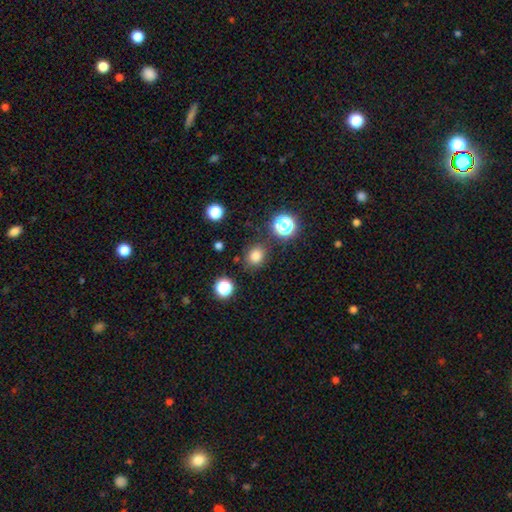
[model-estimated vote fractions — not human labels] Smooth or featured: smooth — 79% (star or artifact — 16%)
How rounded: round — 75% (in between — 24%)
Merging: none — 81% (minor disturbance — 11%)